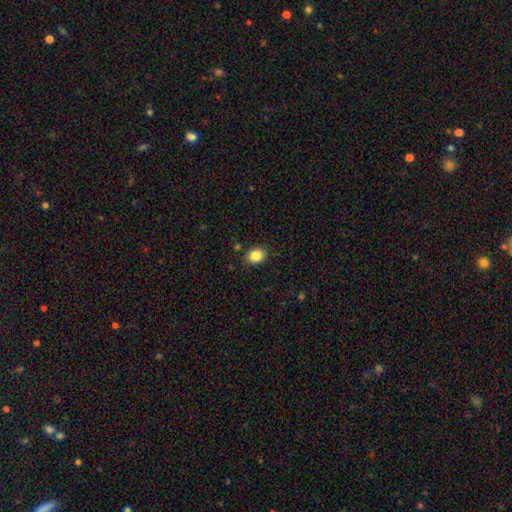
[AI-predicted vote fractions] A smooth galaxy with no disk features (86%) that is in between round and cigar-shaped (57%).

Vote fractions:
- Smooth or featured? smooth: 86% / star or artifact: 9% / featured or disk: 5%
- How rounded? in between: 57% / round: 42% / cigar-shaped: 1%
- Merging? none: 86% / minor disturbance: 9% / major disturbance: 2% / merger: 2%